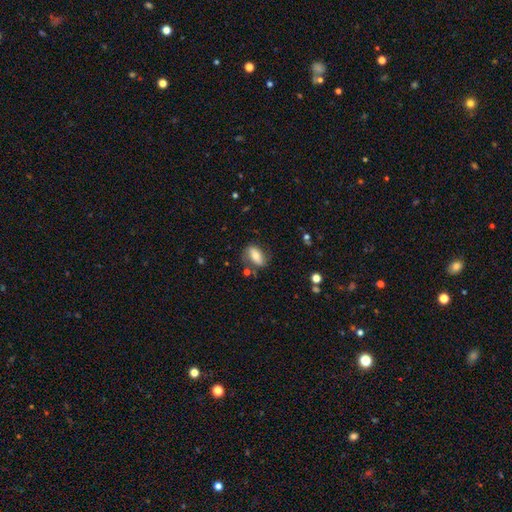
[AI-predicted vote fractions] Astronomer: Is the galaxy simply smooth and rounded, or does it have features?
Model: smooth — 62%.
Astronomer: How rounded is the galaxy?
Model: in between — 82%.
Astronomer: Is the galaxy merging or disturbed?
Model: none — 70%.